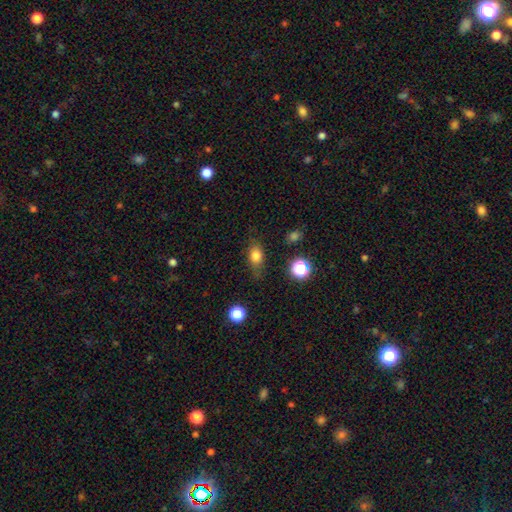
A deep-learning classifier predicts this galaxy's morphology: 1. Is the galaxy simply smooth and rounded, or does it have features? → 78% smooth, 11% star or artifact, 11% featured or disk.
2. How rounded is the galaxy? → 70% in between, 24% round, 6% cigar-shaped.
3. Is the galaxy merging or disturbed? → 71% none, 21% minor disturbance, 6% major disturbance, 2% merger.